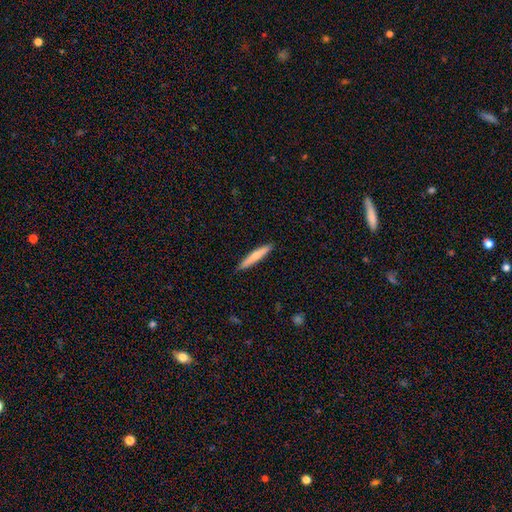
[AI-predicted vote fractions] Overall: smooth (70%). How rounded: cigar-shaped (94%). Merging: none (90%).